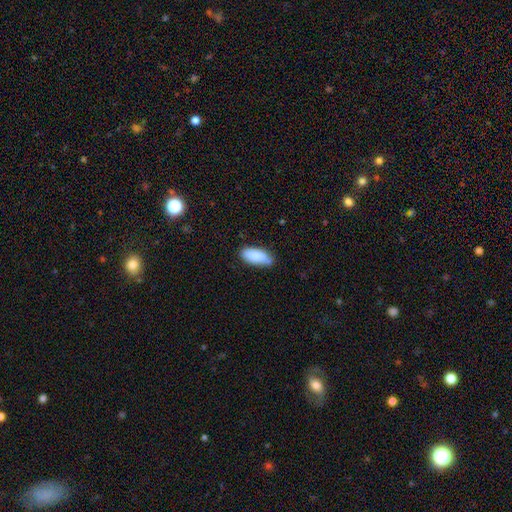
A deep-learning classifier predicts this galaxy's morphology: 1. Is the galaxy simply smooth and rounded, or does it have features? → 81% smooth, 13% featured or disk, 7% star or artifact.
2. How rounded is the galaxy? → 78% in between, 20% cigar-shaped, 2% round.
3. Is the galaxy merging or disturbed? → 64% none, 25% minor disturbance, 7% merger, 5% major disturbance.